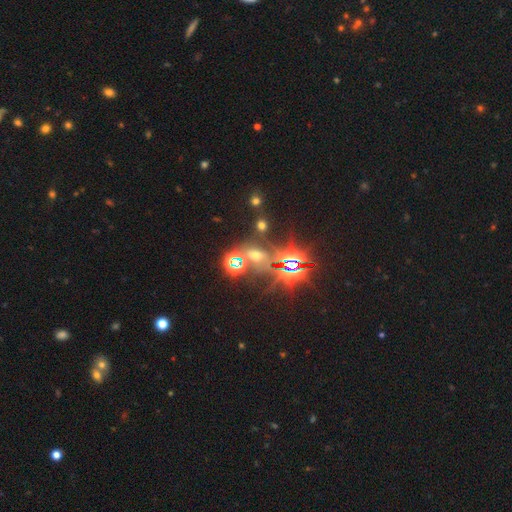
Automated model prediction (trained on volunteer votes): Smooth or featured? Predicted: star or artifact (p=0.65).